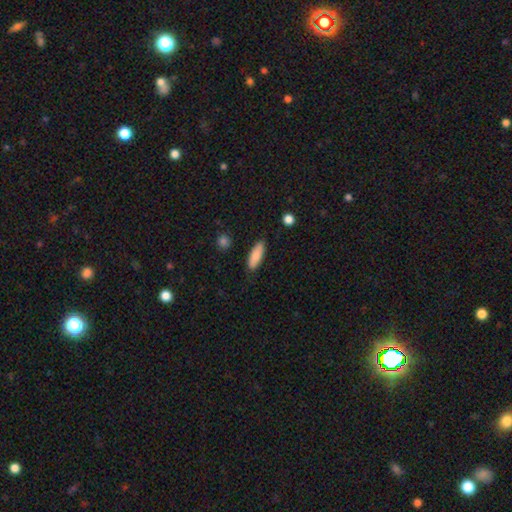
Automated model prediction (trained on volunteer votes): smooth-or-featured: smooth: 84% | featured or disk: 10% | star or artifact: 6%
  how-rounded: in between: 61% | cigar-shaped: 37% | round: 2%
  merging: none: 84% | minor disturbance: 12% | major disturbance: 2% | merger: 2%